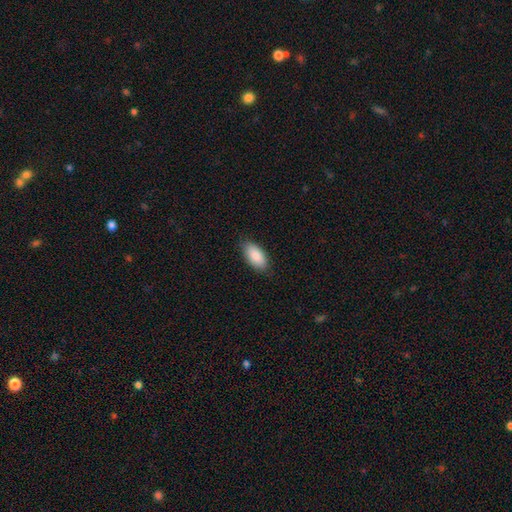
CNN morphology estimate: Smooth or featured: smooth — 88% (star or artifact — 6%)
How rounded: in between — 93% (cigar-shaped — 5%)
Merging: none — 85% (minor disturbance — 12%)